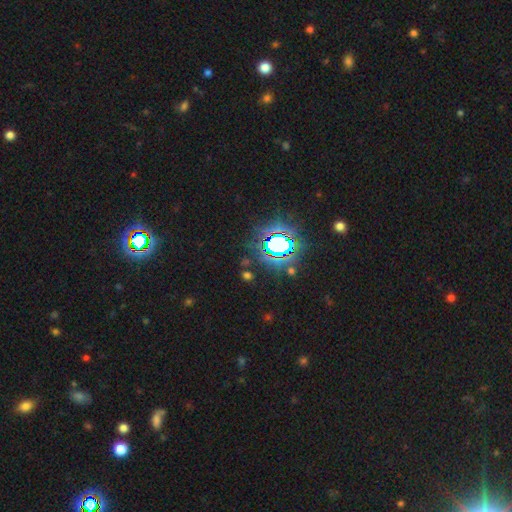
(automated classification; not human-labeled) Overall: star or artifact (81%).